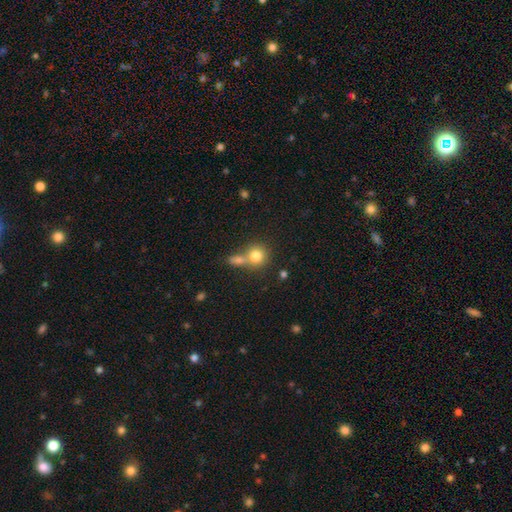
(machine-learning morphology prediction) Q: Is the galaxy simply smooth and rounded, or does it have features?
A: smooth — 79%.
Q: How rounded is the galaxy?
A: round — 85%.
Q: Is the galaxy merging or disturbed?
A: none — 46%.